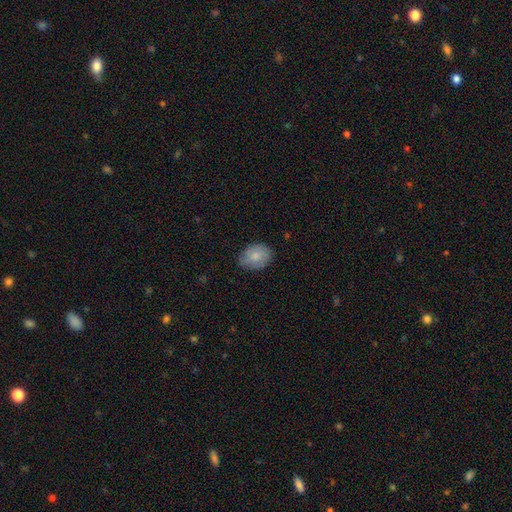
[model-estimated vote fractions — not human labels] Q: Smooth or featured?
A: smooth (81%); runner-up: featured or disk (12%)
Q: How rounded?
A: in between (69%); runner-up: round (30%)
Q: Merging?
A: none (77%); runner-up: minor disturbance (19%)